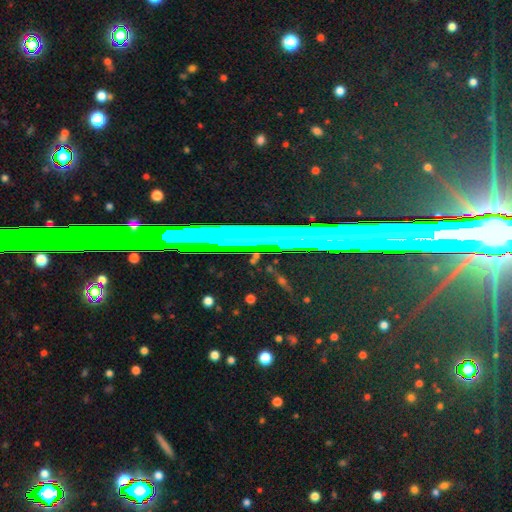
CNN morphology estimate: Smooth or featured? star or artifact (61%)